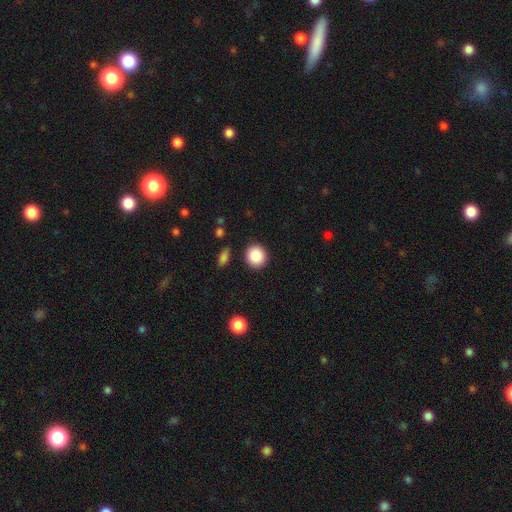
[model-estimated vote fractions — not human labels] Smooth or featured: smooth — 87% (star or artifact — 9%)
How rounded: round — 89% (in between — 10%)
Merging: none — 89% (minor disturbance — 7%)